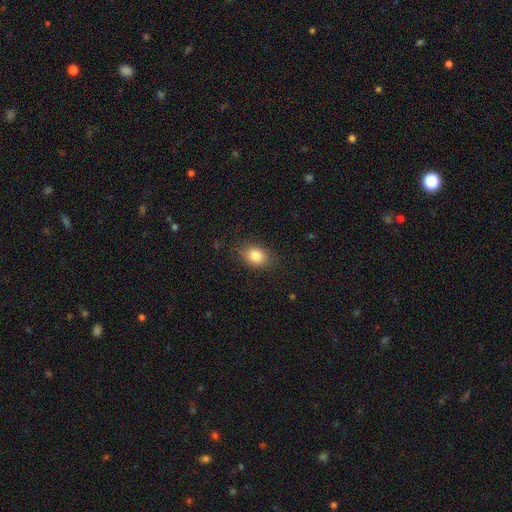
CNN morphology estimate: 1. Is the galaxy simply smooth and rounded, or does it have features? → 84% smooth, 9% star or artifact, 7% featured or disk.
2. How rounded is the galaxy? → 69% in between, 30% round, 1% cigar-shaped.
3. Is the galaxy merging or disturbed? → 81% none, 14% minor disturbance, 4% major disturbance, 1% merger.